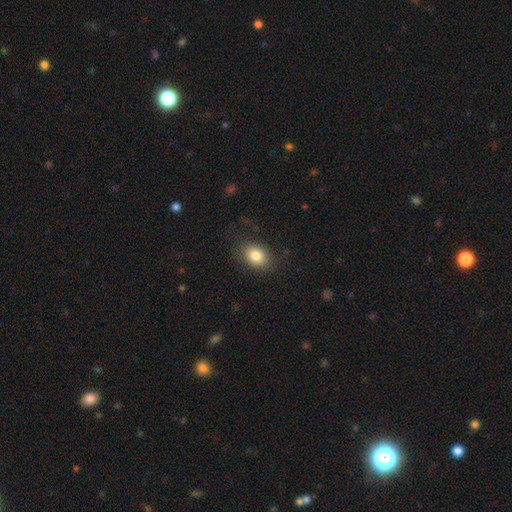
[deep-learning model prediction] smooth 82%, star or artifact 9%, featured or disk 9%. Down the decision tree: how rounded — in between (73%); merging — none (82%).